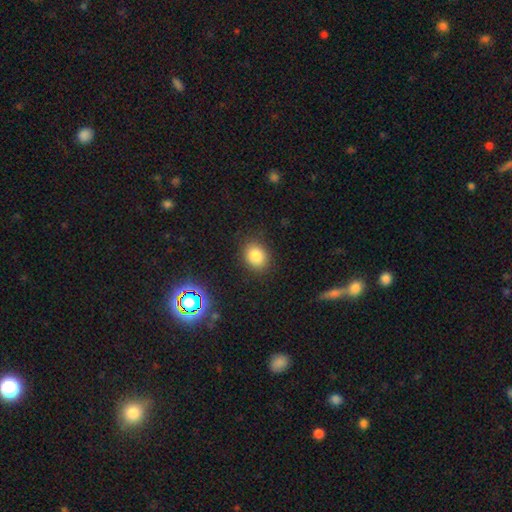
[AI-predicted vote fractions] smooth-or-featured: smooth: 83% | star or artifact: 11% | featured or disk: 6%
  how-rounded: in between: 51% | round: 49% | cigar-shaped: 1%
  merging: none: 86% | minor disturbance: 10% | major disturbance: 3% | merger: 1%